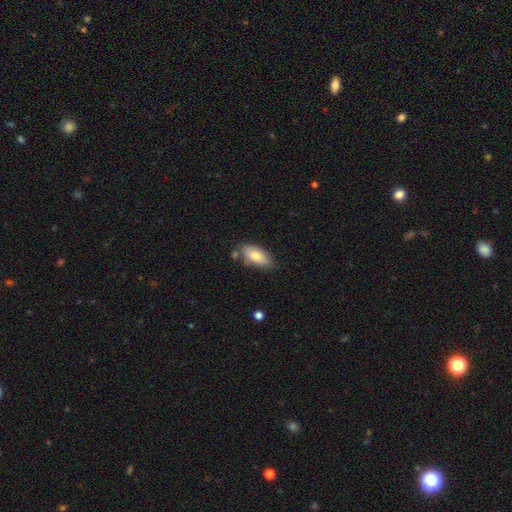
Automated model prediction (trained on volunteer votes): smooth-or-featured: smooth: 77% | featured or disk: 17% | star or artifact: 7%
  how-rounded: in between: 89% | cigar-shaped: 8% | round: 3%
  merging: none: 71% | minor disturbance: 18% | merger: 7% | major disturbance: 3%